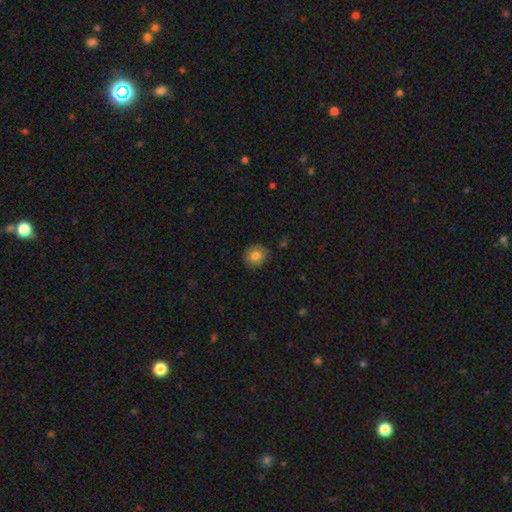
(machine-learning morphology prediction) Q: Smooth or featured?
A: smooth (83%); runner-up: star or artifact (9%)
Q: How rounded?
A: round (86%); runner-up: in between (13%)
Q: Merging?
A: none (87%); runner-up: minor disturbance (10%)